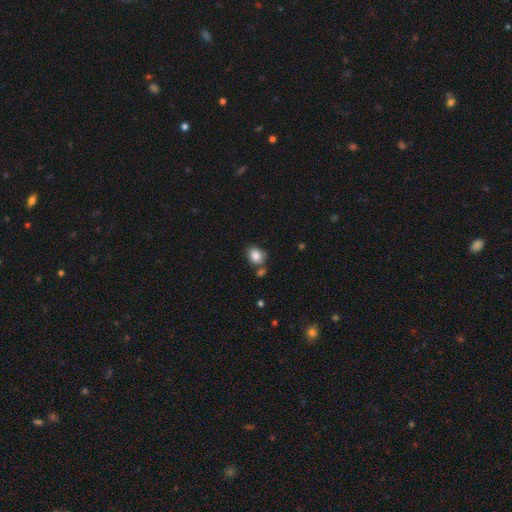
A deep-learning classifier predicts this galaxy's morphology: Smooth or featured? Predicted: smooth (p=0.84). How rounded? Predicted: in between (p=0.50). Merging? Predicted: none (p=0.67).